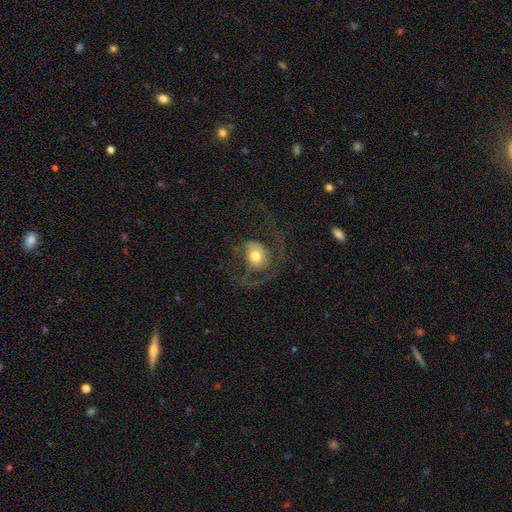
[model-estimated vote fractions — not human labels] Overall: featured or disk (53%; smooth 39%). Edge-on disk: no (97%). Bar: no (76%). Spiral arms: yes (67%; no 33%). Bulge size: moderate (66%). Merging: major disturbance (43%; none 39%).